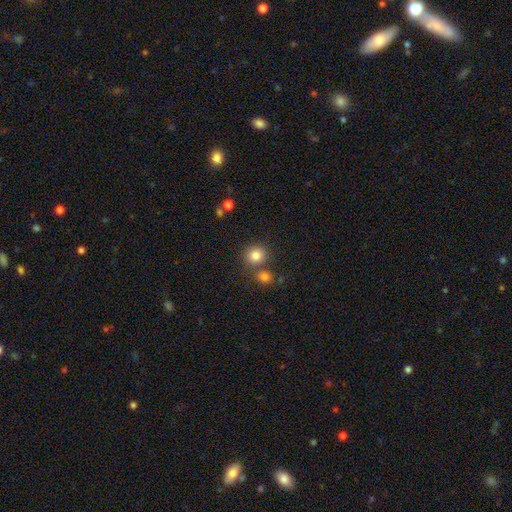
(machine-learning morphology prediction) Q: Smooth or featured?
A: smooth (82%); runner-up: star or artifact (12%)
Q: How rounded?
A: round (85%); runner-up: in between (14%)
Q: Merging?
A: none (70%); runner-up: merger (18%)